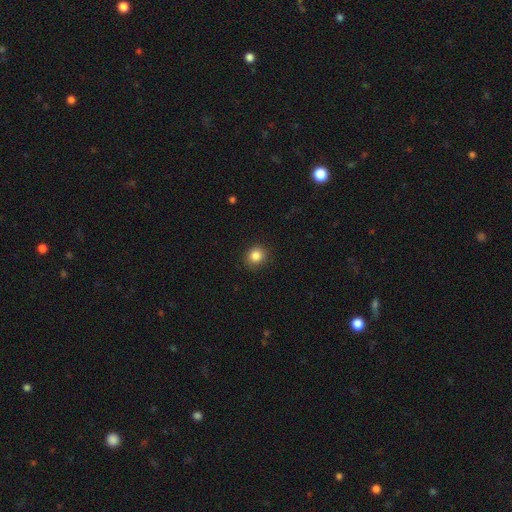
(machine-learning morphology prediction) Smooth or featured?
  - smooth: 85% *
  - star or artifact: 11%
  - featured or disk: 4%
How rounded?
  - round: 83% *
  - in between: 16%
  - cigar-shaped: 1%
Merging?
  - none: 89% *
  - minor disturbance: 8%
  - major disturbance: 2%
  - merger: 1%